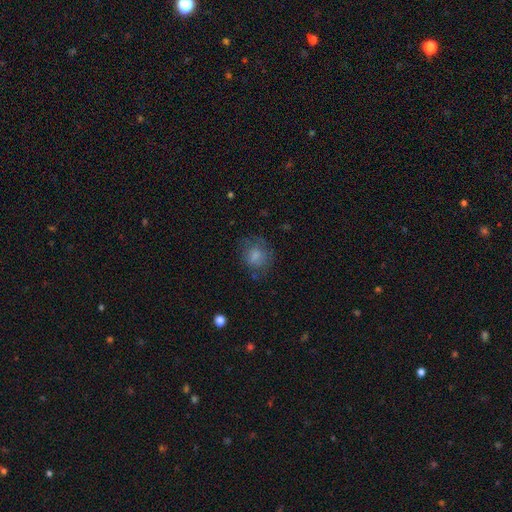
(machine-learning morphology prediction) Smooth or featured: smooth — 76% (featured or disk — 14%)
How rounded: round — 74% (in between — 25%)
Merging: none — 66% (minor disturbance — 21%)